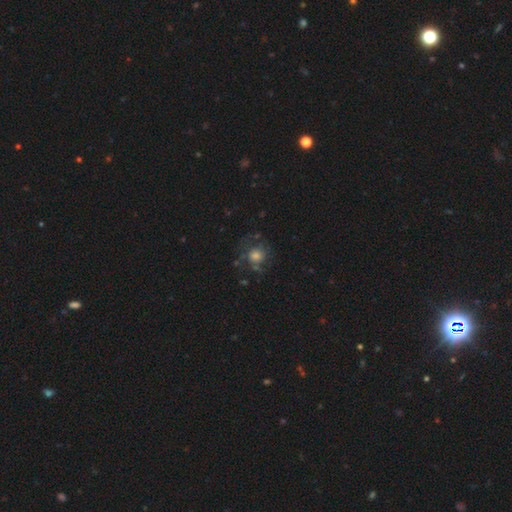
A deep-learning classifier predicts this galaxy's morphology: Overall: smooth (50%; featured or disk 35%). Merging: none (61%).